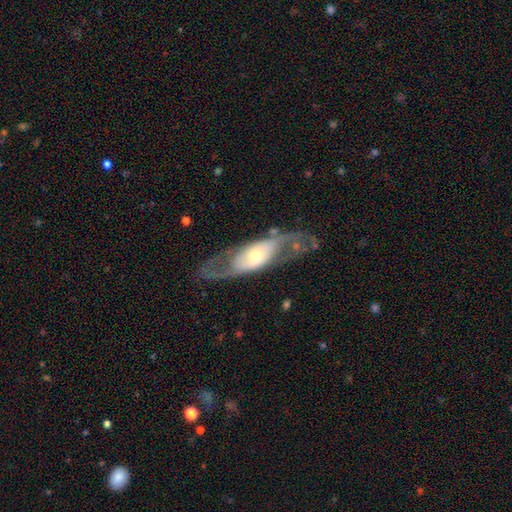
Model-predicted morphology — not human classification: The model was most divided on "bulge size": moderate: 52%, small: 35%, large: 10%, dominant: 2%, none: 1%. More confident: edge-on disk — no (81%); smooth or featured — featured or disk (75%); bar — no (71%); merging — none (68%); spiral arms — yes (67%).